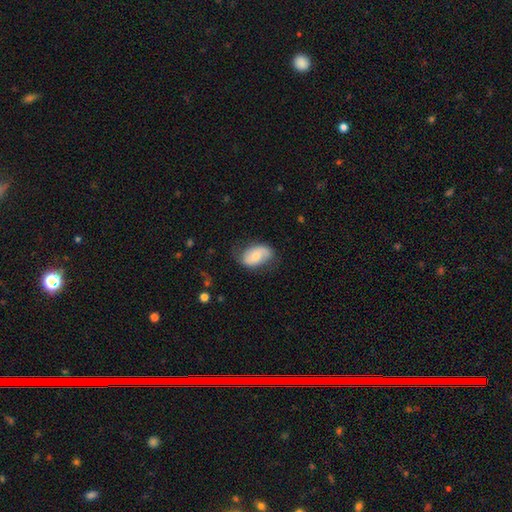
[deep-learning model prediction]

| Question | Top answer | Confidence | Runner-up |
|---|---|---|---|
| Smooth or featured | smooth | 60% | featured or disk (33%) |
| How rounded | in between | 91% | round (7%) |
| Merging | none | 65% | minor disturbance (26%) |